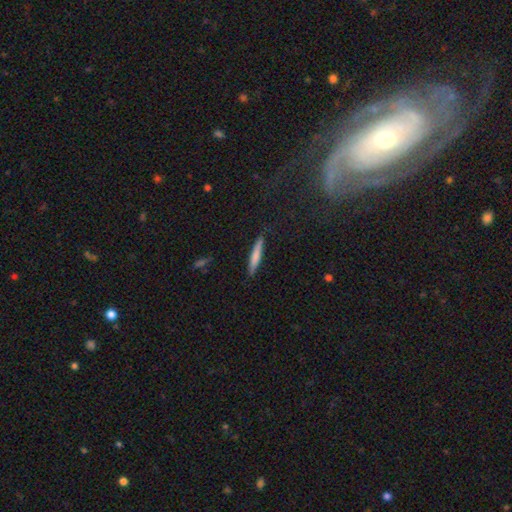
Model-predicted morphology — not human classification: The model was most divided on "smooth or featured": smooth: 73%, featured or disk: 21%, star or artifact: 6%. More confident: how rounded — cigar-shaped (92%); merging — none (86%).